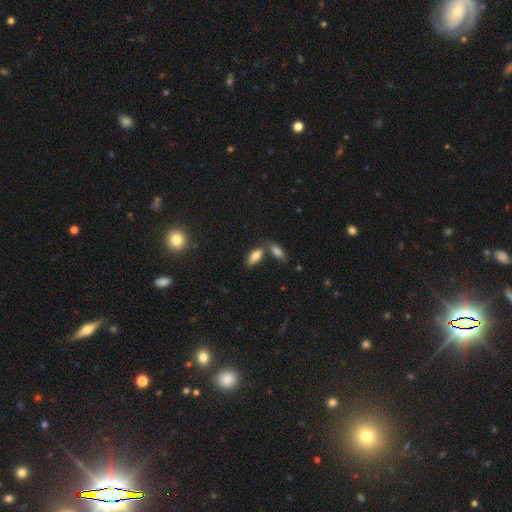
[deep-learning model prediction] A smooth galaxy with no disk features (79%) that is in between round and cigar-shaped (79%). Merging: none (59%).